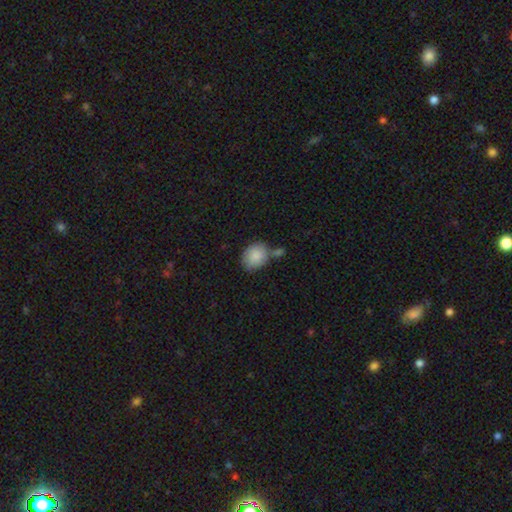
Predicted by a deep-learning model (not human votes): This is clearly a smooth galaxy (86%). How rounded: possibly in between (50%). Merging: possibly none (53%).